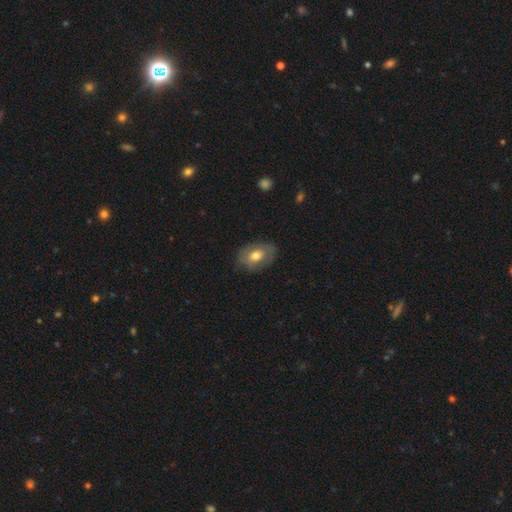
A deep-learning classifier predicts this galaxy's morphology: Smooth or featured?
  - smooth: 62% *
  - featured or disk: 30%
  - star or artifact: 7%
How rounded?
  - in between: 79% *
  - round: 20%
  - cigar-shaped: 1%
Merging?
  - none: 75% *
  - minor disturbance: 19%
  - major disturbance: 5%
  - merger: 1%